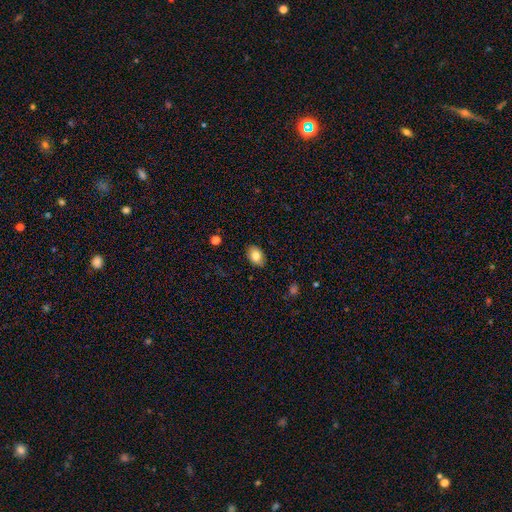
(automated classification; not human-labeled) Overall: smooth (81%). How rounded: in between (87%). Merging: none (86%).